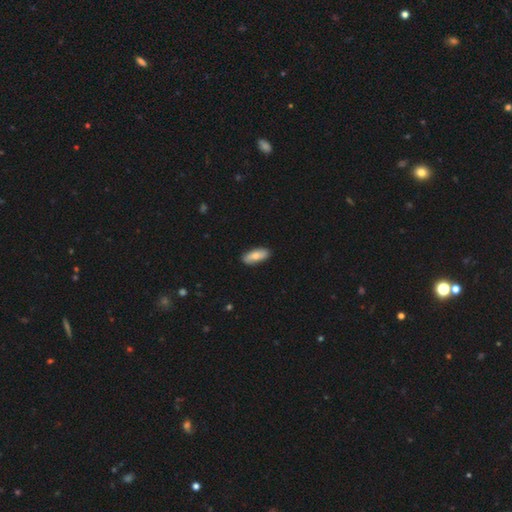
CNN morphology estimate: Smooth or featured?
  - smooth: 74% *
  - featured or disk: 20%
  - star or artifact: 6%
How rounded?
  - in between: 77% *
  - cigar-shaped: 20%
  - round: 2%
Merging?
  - none: 88% *
  - minor disturbance: 9%
  - major disturbance: 2%
  - merger: 1%